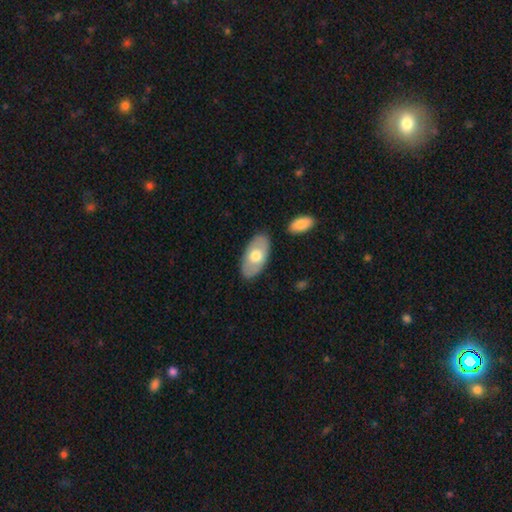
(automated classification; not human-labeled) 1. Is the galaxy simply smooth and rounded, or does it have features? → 61% smooth, 34% featured or disk, 5% star or artifact.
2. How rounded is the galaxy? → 95% in between, 3% round, 2% cigar-shaped.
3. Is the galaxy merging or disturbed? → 84% none, 10% minor disturbance, 3% merger, 2% major disturbance.